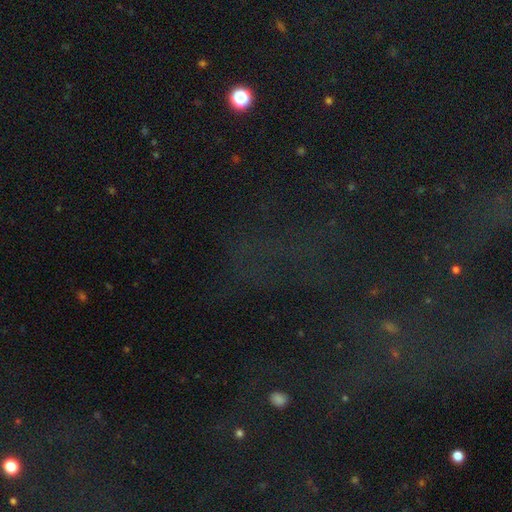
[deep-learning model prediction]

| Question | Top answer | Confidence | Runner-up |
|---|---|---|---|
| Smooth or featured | star or artifact | 73% | smooth (15%) |